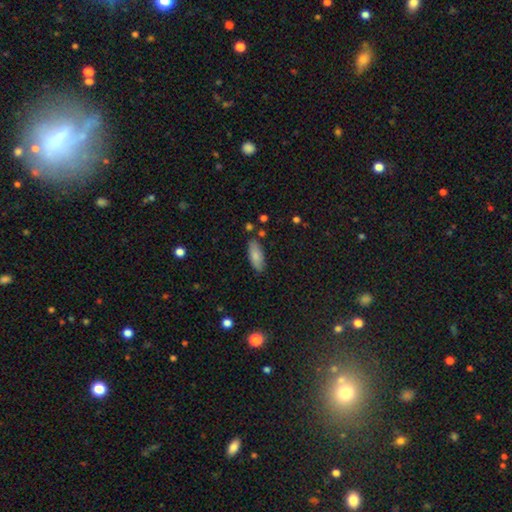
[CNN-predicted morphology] A smooth galaxy with no disk features (83%) that is in between round and cigar-shaped (79%). Merging: none (83%).